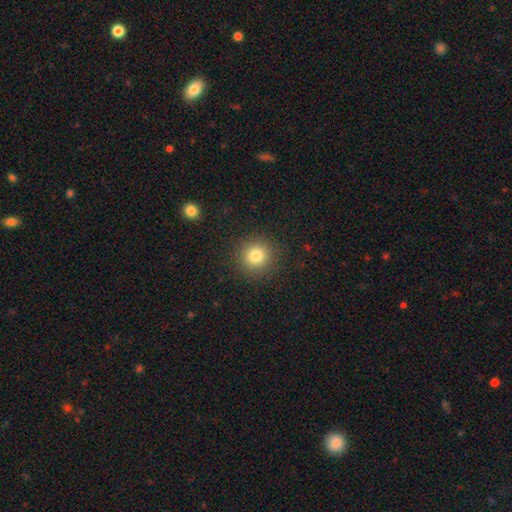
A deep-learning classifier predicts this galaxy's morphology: smooth 81%, star or artifact 12%, featured or disk 7%. Down the decision tree: how rounded — round (93%); merging — none (90%).